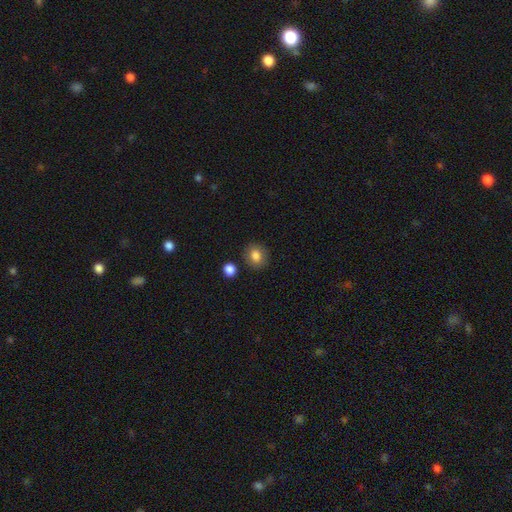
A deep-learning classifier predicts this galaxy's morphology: This appears to be a smooth galaxy with no disk features (84%) that is round (67%). Merging: none (85%).